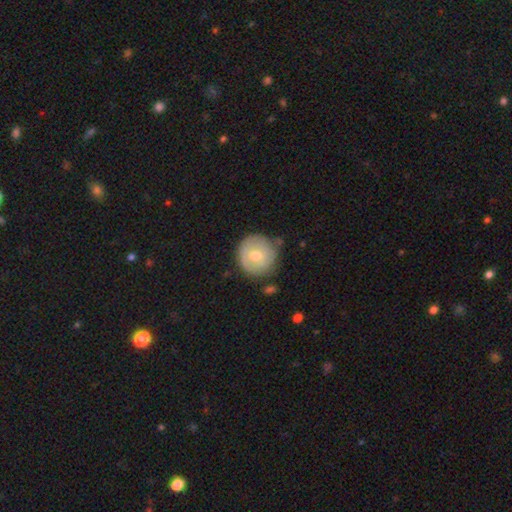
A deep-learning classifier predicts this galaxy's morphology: Smooth or featured? smooth (61%)
How rounded? round (94%)
Merging? none (76%)